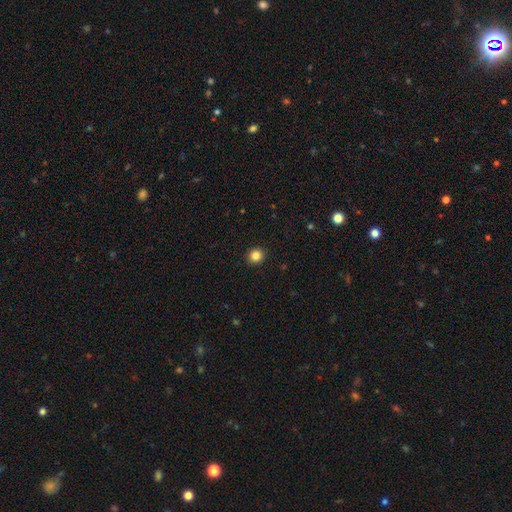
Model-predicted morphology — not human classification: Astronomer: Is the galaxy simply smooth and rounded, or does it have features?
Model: smooth — 85%.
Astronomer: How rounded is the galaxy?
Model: round — 93%.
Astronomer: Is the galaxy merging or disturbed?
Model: none — 93%.